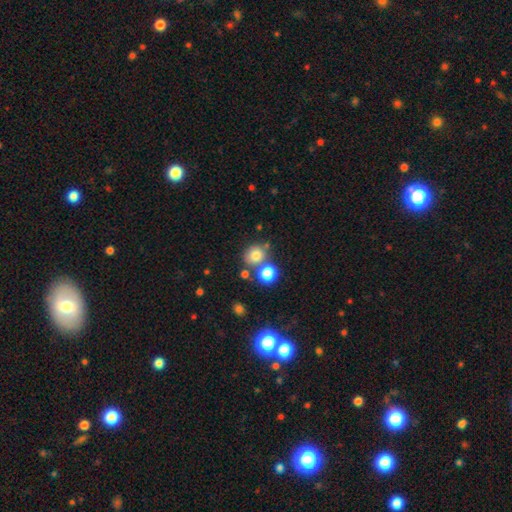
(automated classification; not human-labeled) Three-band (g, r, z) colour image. It shows a smooth galaxy with no disk features (77%) that is round (78%). Merging: none (63%).